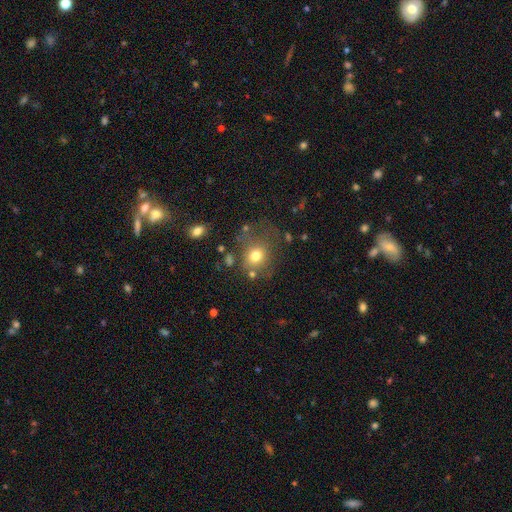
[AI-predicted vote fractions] Smooth or featured?
  - smooth: 73% *
  - star or artifact: 14%
  - featured or disk: 12%
How rounded?
  - round: 71% *
  - in between: 28%
  - cigar-shaped: 1%
Merging?
  - none: 60% *
  - minor disturbance: 19%
  - major disturbance: 15%
  - merger: 7%